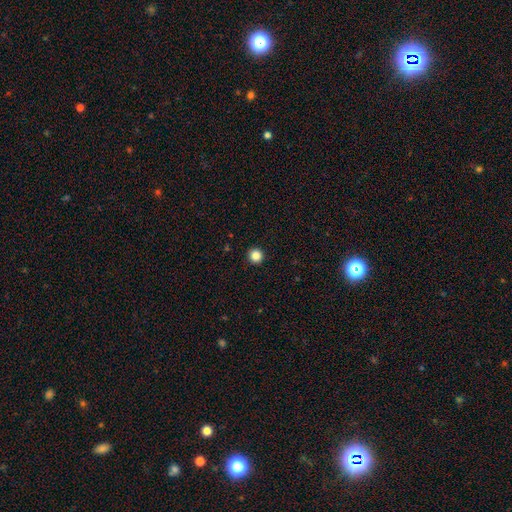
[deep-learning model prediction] A smooth galaxy with no disk features (86%) that is round (96%). Merging: none (94%).